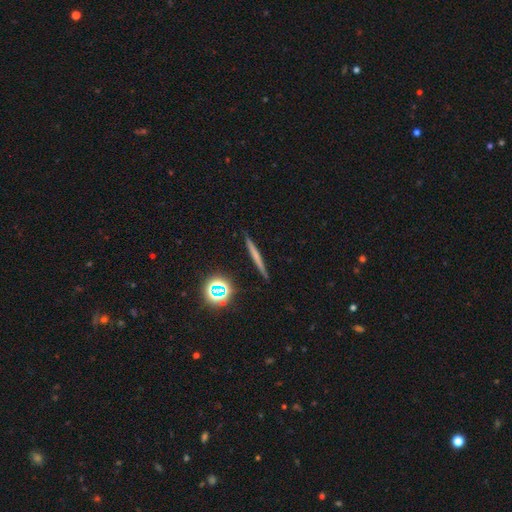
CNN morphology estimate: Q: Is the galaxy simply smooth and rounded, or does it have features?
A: smooth — 48%.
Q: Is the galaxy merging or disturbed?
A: none — 90%.